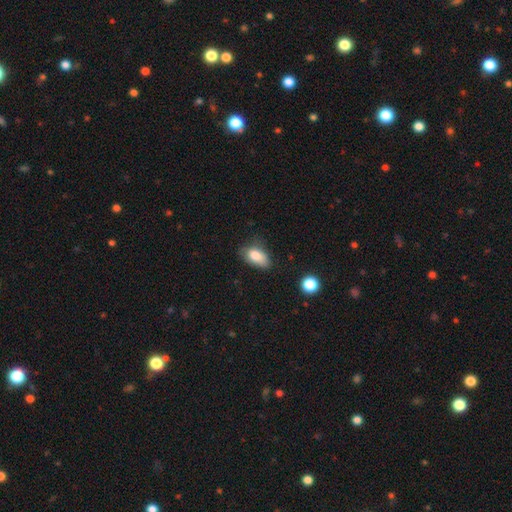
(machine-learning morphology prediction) This appears to be a smooth galaxy with no disk features (80%) that is in between round and cigar-shaped (90%). Merging: none (53%).